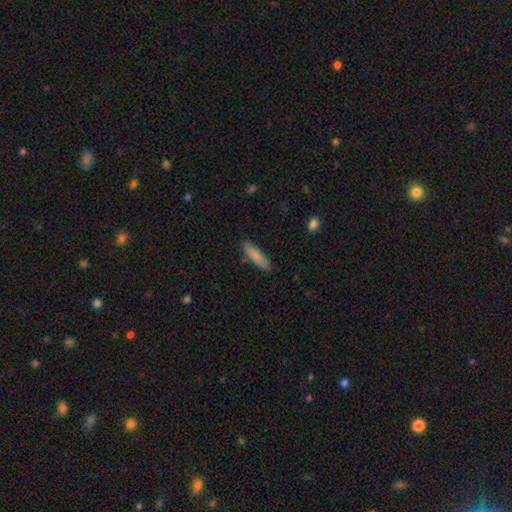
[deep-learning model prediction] Overall: smooth (82%). How rounded: cigar-shaped (74%). Merging: none (85%).